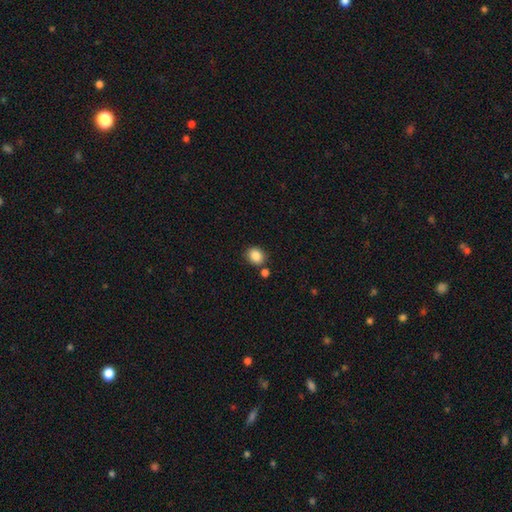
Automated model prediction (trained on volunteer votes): This appears to be a smooth galaxy with no disk features (87%) that is round (59%). Merging: none (76%).